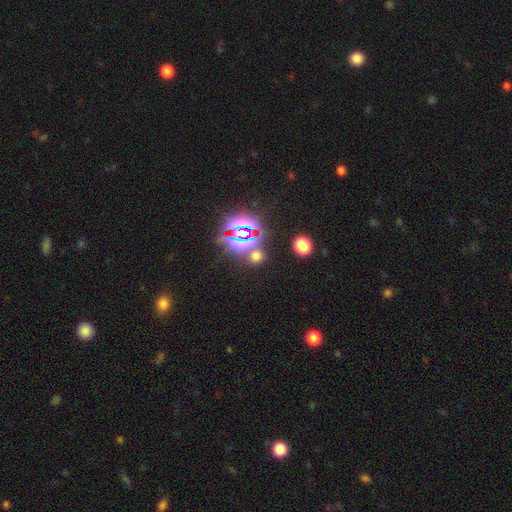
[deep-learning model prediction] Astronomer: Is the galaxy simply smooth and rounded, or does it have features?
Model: star or artifact — 51% (runner-up: smooth, 42%).